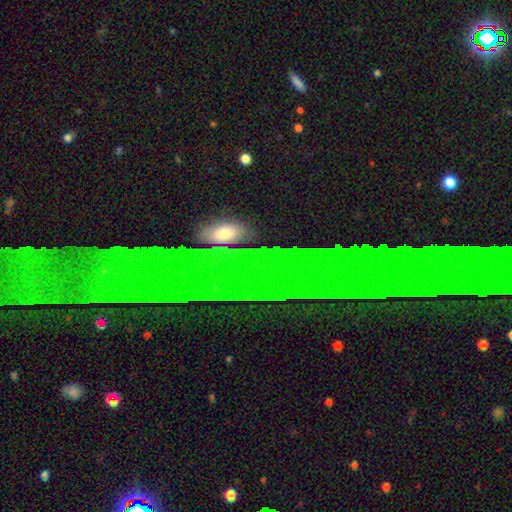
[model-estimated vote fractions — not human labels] smooth-or-featured: star or artifact: 70% | featured or disk: 17% | smooth: 13%